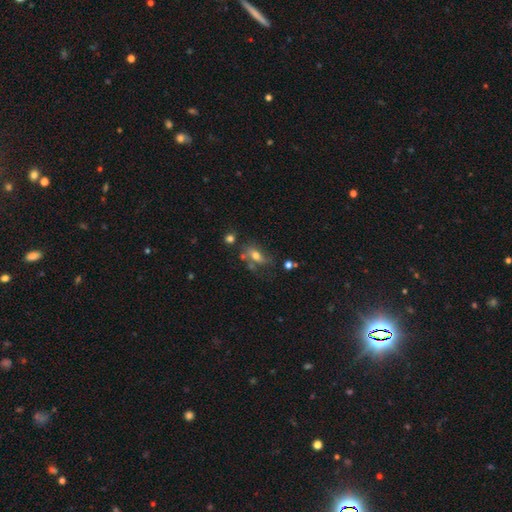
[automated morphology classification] smooth-or-featured: smooth: 61% | featured or disk: 27% | star or artifact: 12%
  how-rounded: in between: 79% | round: 13% | cigar-shaped: 9%
  merging: none: 45% | minor disturbance: 23% | major disturbance: 16% | merger: 16%